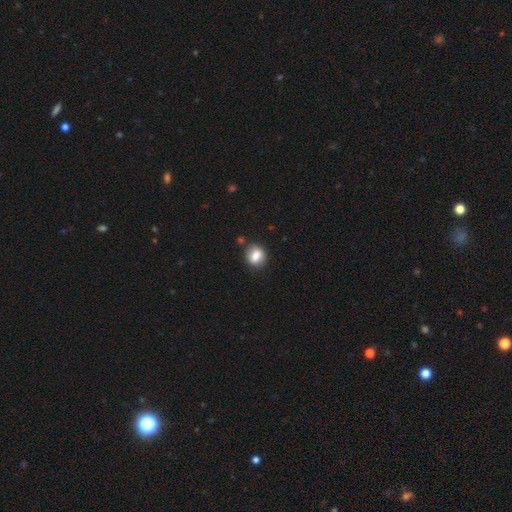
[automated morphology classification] type=smooth (79%); roundness=round (60%); merging=none (79%).